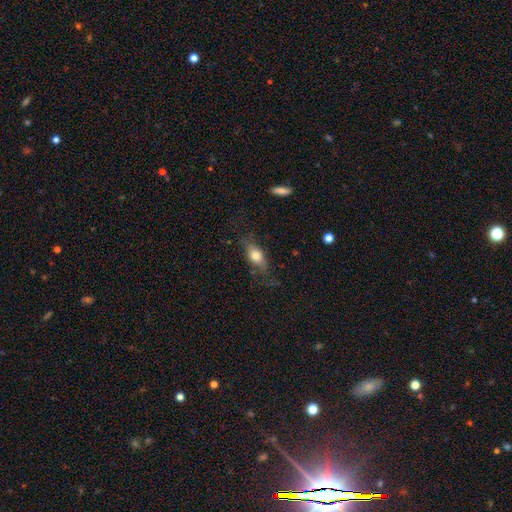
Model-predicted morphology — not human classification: Smooth or featured? Predicted: smooth (p=0.69). How rounded? Predicted: in between (p=0.74). Merging? Predicted: none (p=0.61).